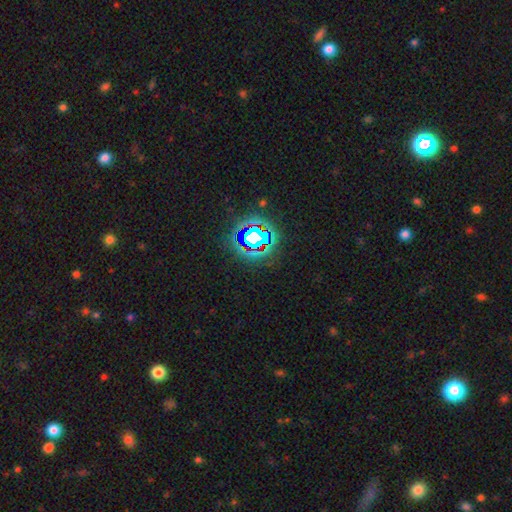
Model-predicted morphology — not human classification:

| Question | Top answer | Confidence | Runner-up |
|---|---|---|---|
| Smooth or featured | star or artifact | 80% | smooth (12%) |